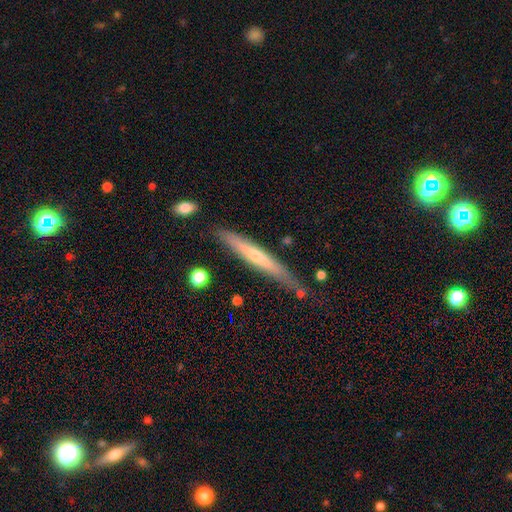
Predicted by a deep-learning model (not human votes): A featured or disk galaxy (52%) viewed edge-on (92%). Merging: none (79%).